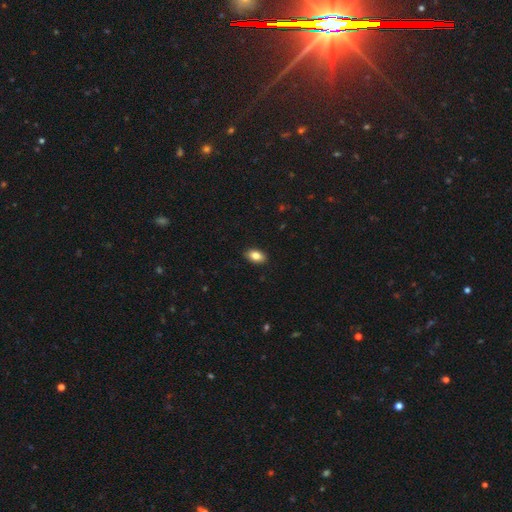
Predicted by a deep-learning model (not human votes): Smooth or featured: smooth — 84% (featured or disk — 8%)
How rounded: in between — 91% (round — 7%)
Merging: none — 89% (minor disturbance — 8%)